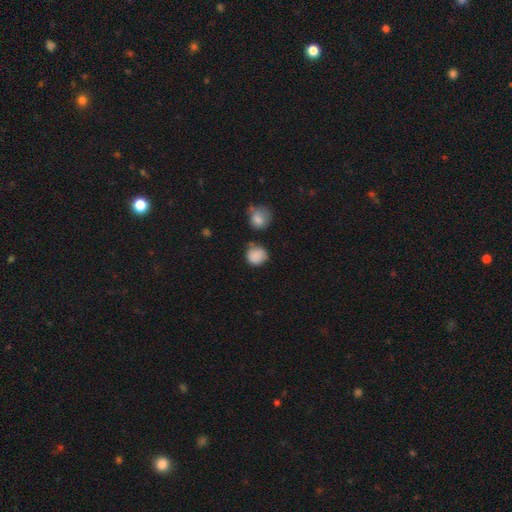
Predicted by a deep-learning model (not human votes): Q: Smooth or featured?
A: smooth (85%); runner-up: star or artifact (10%)
Q: How rounded?
A: round (83%); runner-up: in between (16%)
Q: Merging?
A: none (61%); runner-up: minor disturbance (23%)